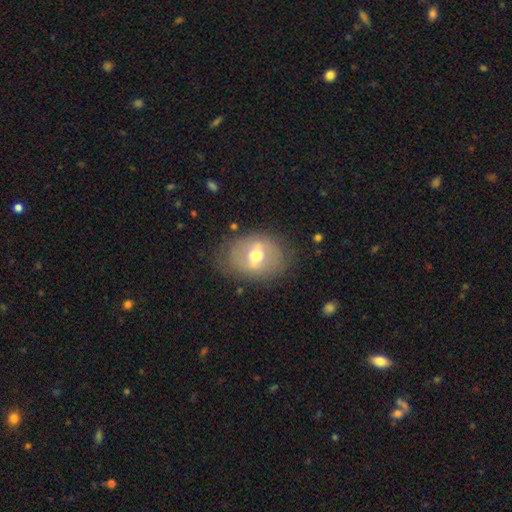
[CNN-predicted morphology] This is possibly a featured or disk galaxy (53%). It is clearly not viewed edge-on (91%). Merging: likely none (74%).